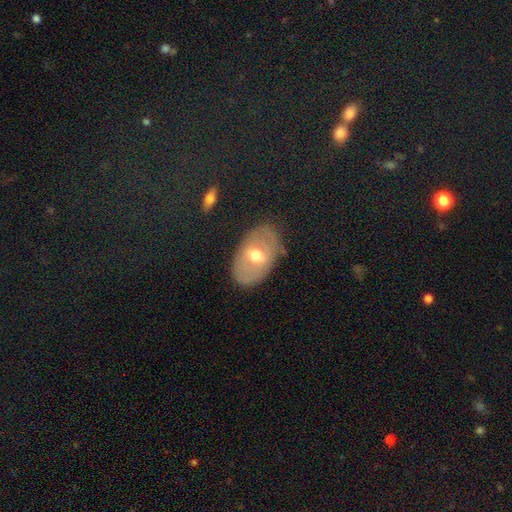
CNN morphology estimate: Smooth or featured? Predicted: featured or disk (p=0.50). Merging? Predicted: none (p=0.70).